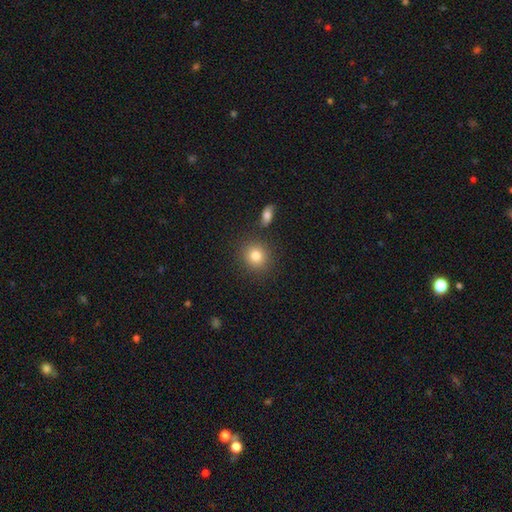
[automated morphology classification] This appears to be a smooth galaxy with no disk features (82%) that is round (86%). Merging: none (85%).